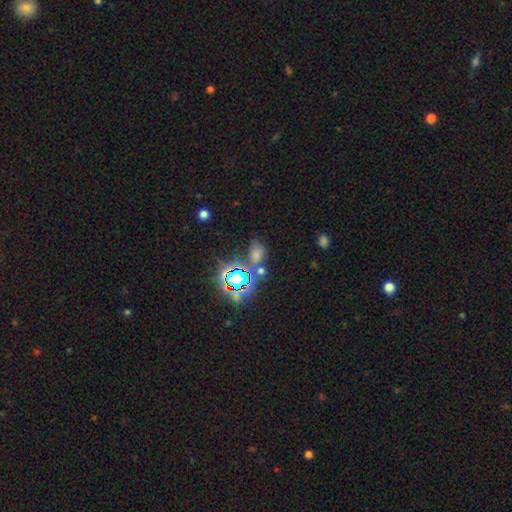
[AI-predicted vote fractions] star or artifact 52%, smooth 38%, featured or disk 10%.